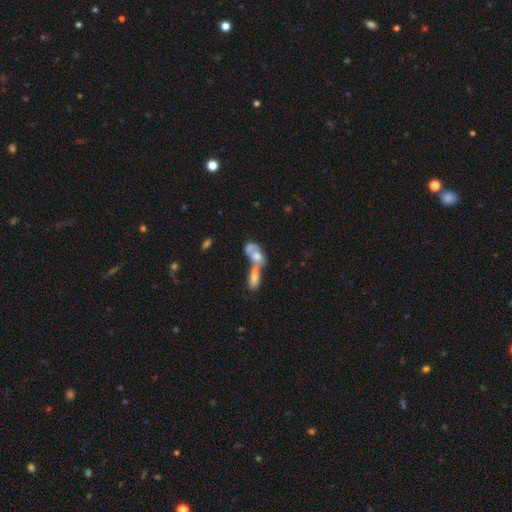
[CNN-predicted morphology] Overall: smooth (57%; featured or disk 33%). How rounded: in between (75%). Merging: merger (76%).